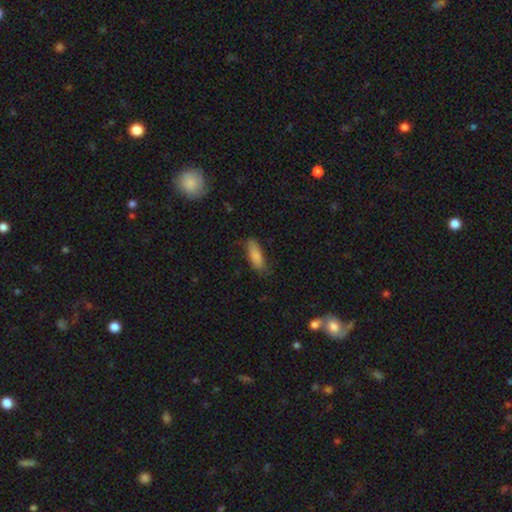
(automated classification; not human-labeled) A smooth galaxy with no disk features (84%) that is in between round and cigar-shaped (56%).

Vote fractions:
- Smooth or featured? smooth: 84% / featured or disk: 9% / star or artifact: 7%
- How rounded? in between: 56% / cigar-shaped: 42% / round: 2%
- Merging? none: 70% / minor disturbance: 23% / major disturbance: 6% / merger: 2%